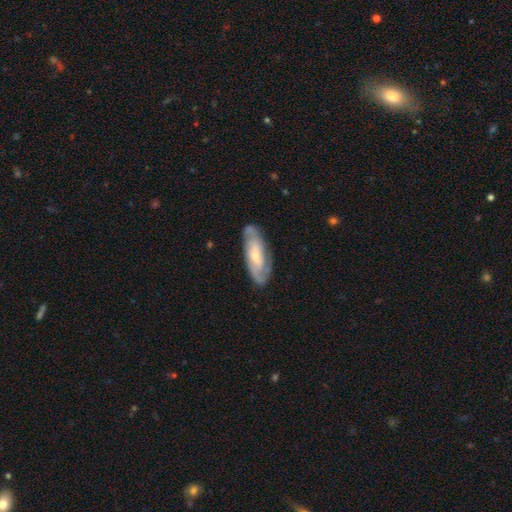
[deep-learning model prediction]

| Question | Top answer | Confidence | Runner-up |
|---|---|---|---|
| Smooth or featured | featured or disk | 68% | smooth (26%) |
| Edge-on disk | no | 87% | yes (13%) |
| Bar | no | 52% | weak (34%) |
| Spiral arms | yes | 86% | no (14%) |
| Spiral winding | tight | 44% | medium (40%) |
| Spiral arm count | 2 | 59% | can't tell (27%) |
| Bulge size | small | 60% | moderate (33%) |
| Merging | none | 74% | minor disturbance (19%) |